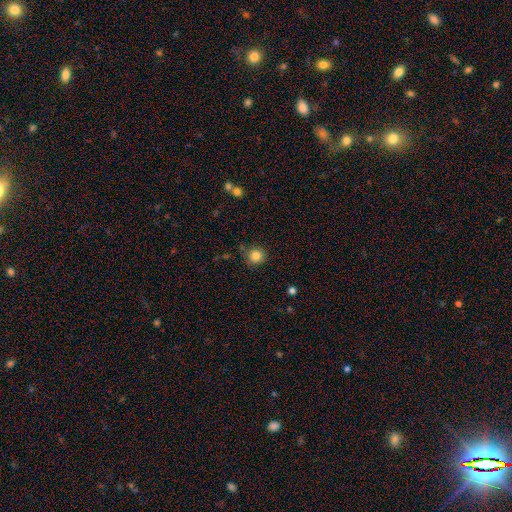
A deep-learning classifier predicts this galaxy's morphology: This is clearly a smooth galaxy (84%). How rounded: clearly round (90%). Merging: clearly none (81%).